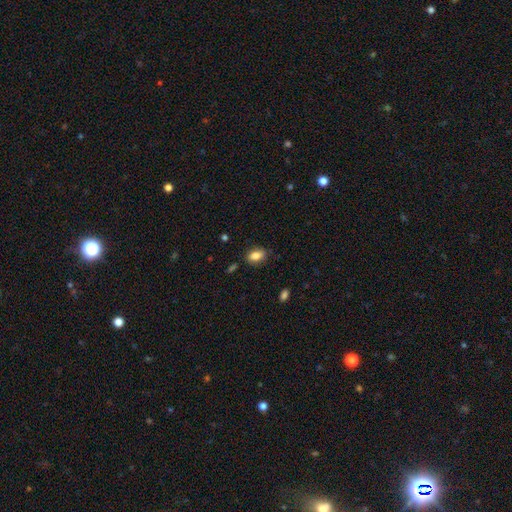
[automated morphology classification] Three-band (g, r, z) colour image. It shows a smooth galaxy with no disk features (84%) that is in between round and cigar-shaped (87%). Merging: none (80%).